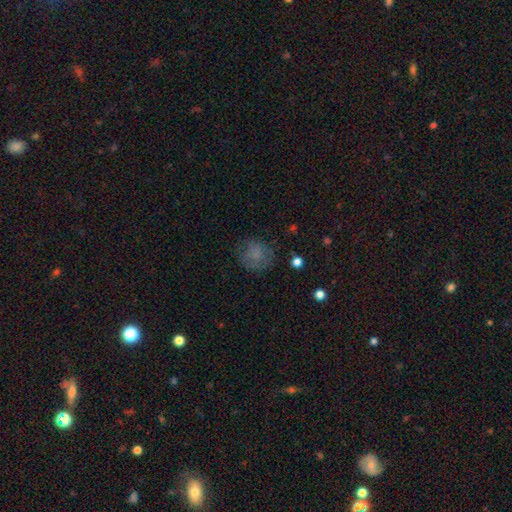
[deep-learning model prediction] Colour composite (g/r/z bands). It shows a smooth galaxy with no disk features (72%) that is round (82%). Merging: none (72%).